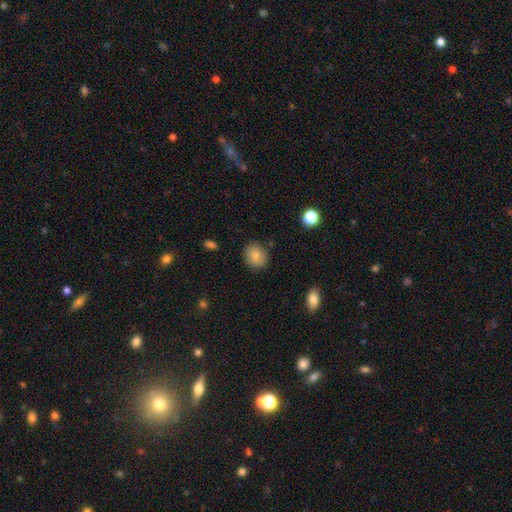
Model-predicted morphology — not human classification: Smooth or featured?
  - smooth: 84% *
  - star or artifact: 9%
  - featured or disk: 7%
How rounded?
  - round: 64% *
  - in between: 35%
  - cigar-shaped: 1%
Merging?
  - none: 85% *
  - minor disturbance: 11%
  - major disturbance: 3%
  - merger: 2%